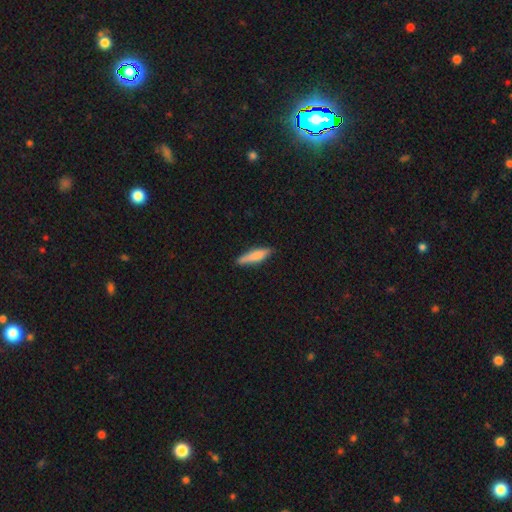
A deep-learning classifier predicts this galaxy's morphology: A smooth galaxy with no disk features (74%) that is cigar-shaped (75%). Merging: none (82%).